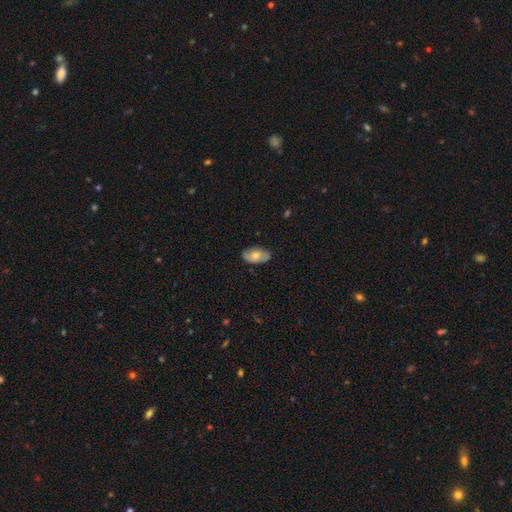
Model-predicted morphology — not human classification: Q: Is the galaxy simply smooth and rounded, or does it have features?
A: smooth — 49%.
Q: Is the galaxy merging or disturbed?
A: none — 83%.